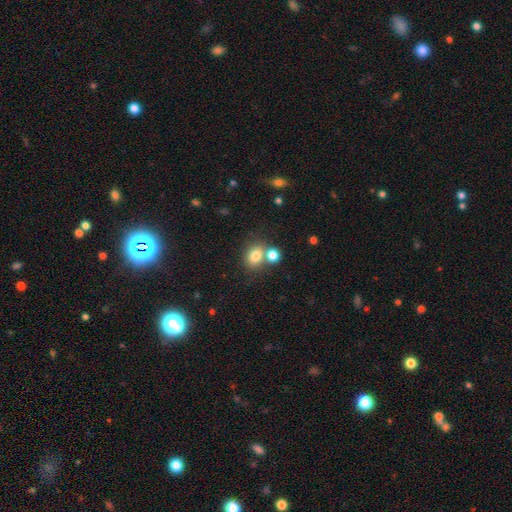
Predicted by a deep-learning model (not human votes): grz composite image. It shows a smooth galaxy with no disk features (80%) that is round (50%). Merging: none (52%).